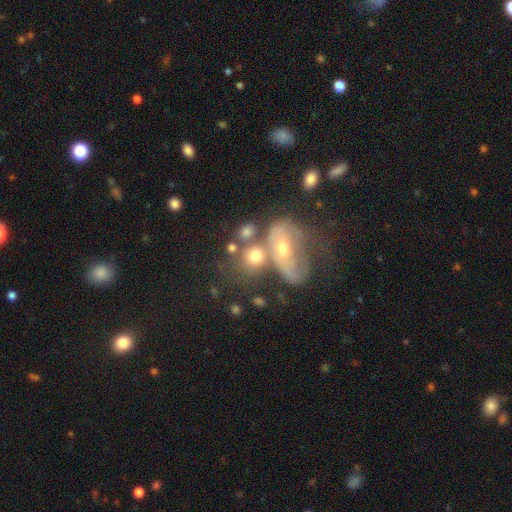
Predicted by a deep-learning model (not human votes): Overall: smooth (50%; featured or disk 37%). How rounded: in between (50%; round 47%). Merging: merger (52%; none 22%).